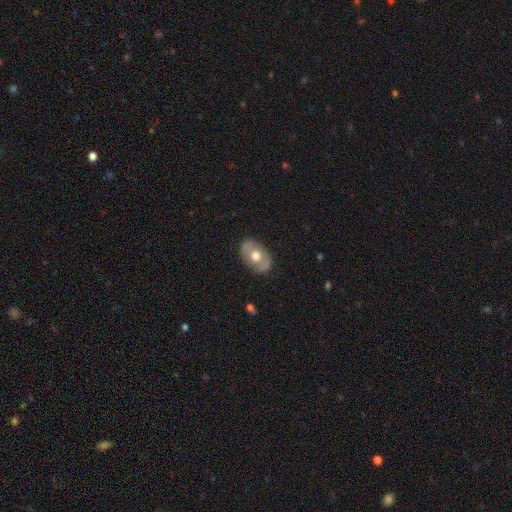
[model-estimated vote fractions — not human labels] A smooth galaxy with no disk features (50%) that is in between round and cigar-shaped (83%). Merging: none (84%).